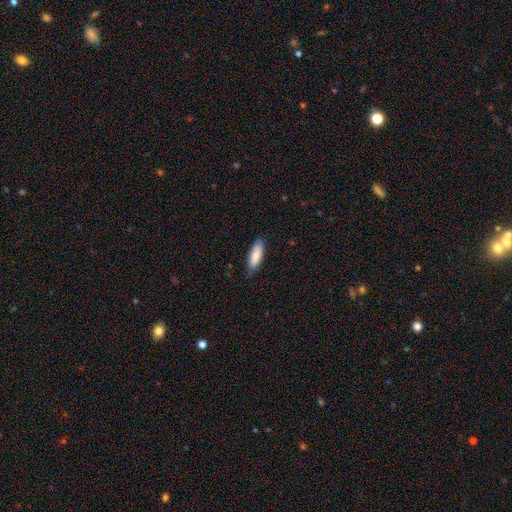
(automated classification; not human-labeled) A smooth galaxy with no disk features (84%) that is in between round and cigar-shaped (62%). Merging: none (81%).